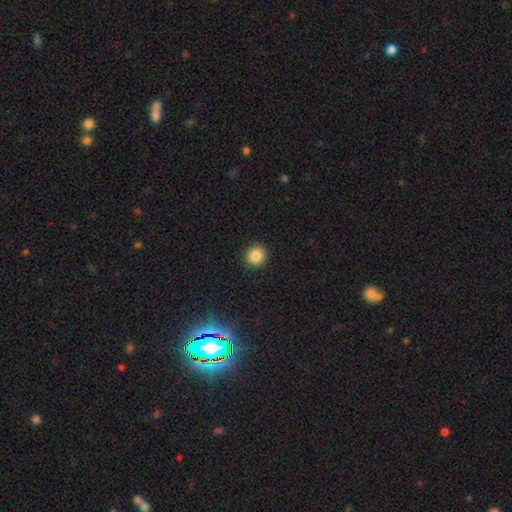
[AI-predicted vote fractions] Morphology: type=smooth (85%); roundness=round (94%); merging=none (92%).